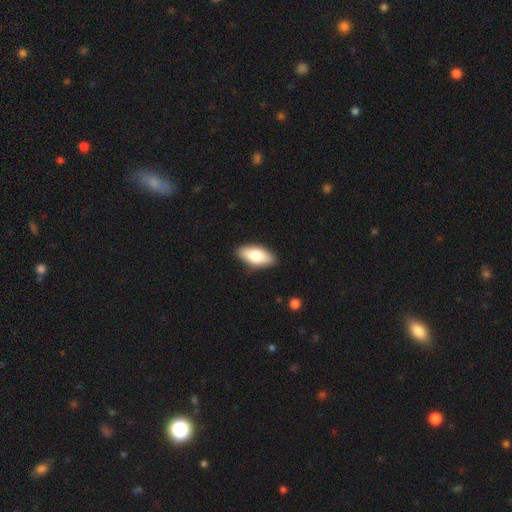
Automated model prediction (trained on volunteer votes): A smooth galaxy with no disk features (74%) that is in between round and cigar-shaped (88%).

Vote fractions:
- Smooth or featured? smooth: 74% / featured or disk: 20% / star or artifact: 6%
- How rounded? in between: 88% / cigar-shaped: 9% / round: 3%
- Merging? none: 88% / minor disturbance: 9% / major disturbance: 2% / merger: 1%